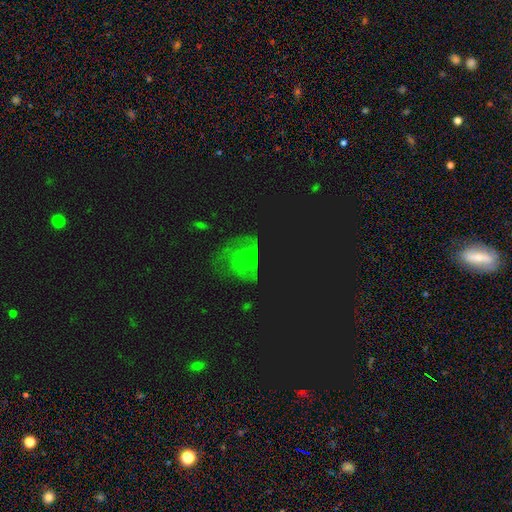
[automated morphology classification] The model was most divided on "smooth or featured": star or artifact: 46%, featured or disk: 29%, smooth: 25%.